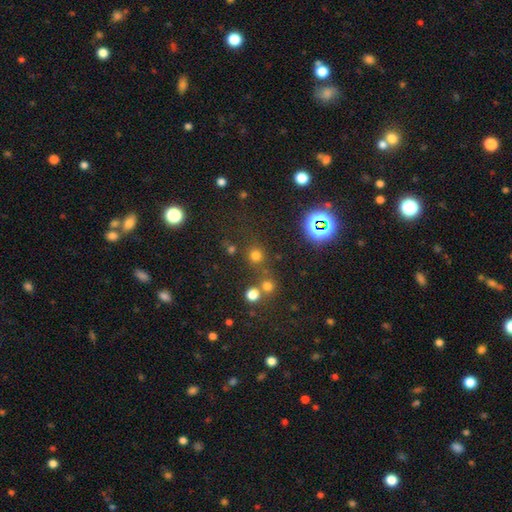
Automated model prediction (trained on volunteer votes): Morphology: type=smooth (59%); roundness=round (92%); merging=none (72%).